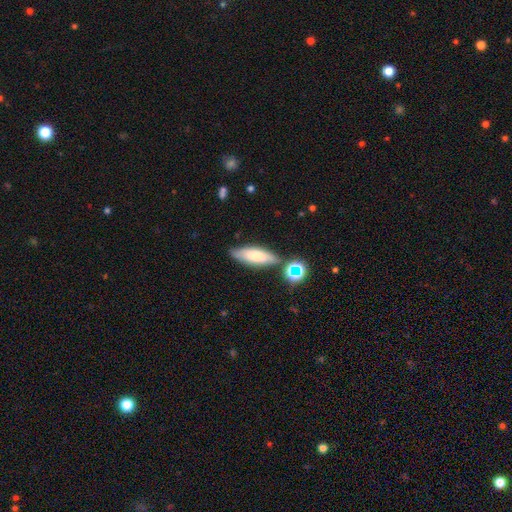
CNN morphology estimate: type=smooth (70%); roundness=in between (58%); merging=none (73%).